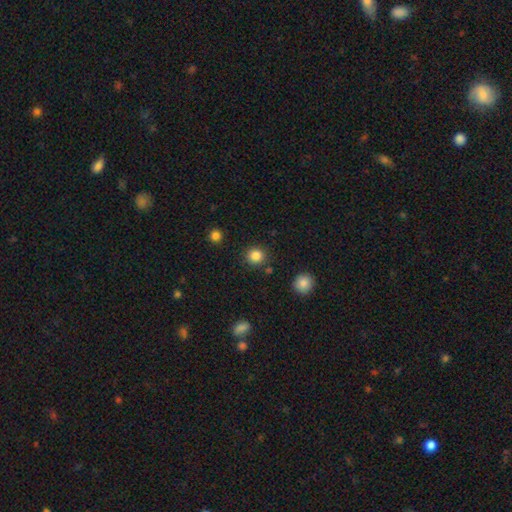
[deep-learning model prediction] Q: Smooth or featured?
A: smooth (85%); runner-up: star or artifact (11%)
Q: How rounded?
A: round (92%); runner-up: in between (7%)
Q: Merging?
A: none (88%); runner-up: minor disturbance (6%)